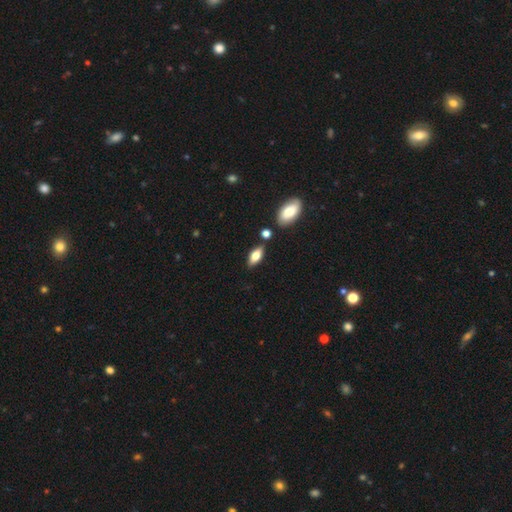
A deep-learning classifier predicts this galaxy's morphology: smooth_or_featured: smooth (p=0.73) [alt: featured or disk p=0.20]
how_rounded: in between (p=0.83) [alt: cigar-shaped p=0.14]
merging: none (p=0.79) [alt: minor disturbance p=0.11]